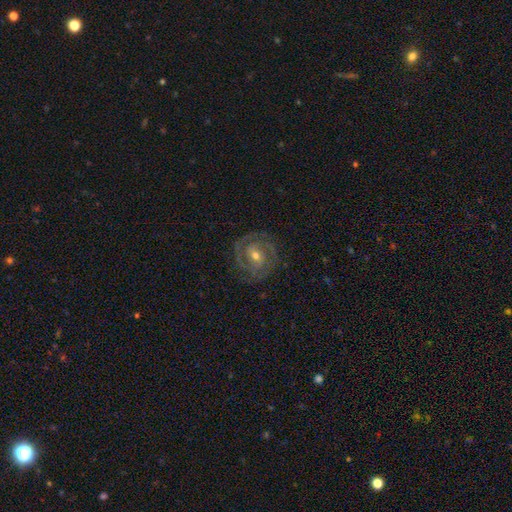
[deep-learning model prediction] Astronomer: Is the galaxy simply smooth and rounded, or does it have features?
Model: featured or disk — 86%.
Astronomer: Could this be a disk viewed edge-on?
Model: no — 97%.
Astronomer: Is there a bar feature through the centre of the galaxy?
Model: no — 46% (runner-up: weak, 39%).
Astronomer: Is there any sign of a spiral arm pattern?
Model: yes — 95%.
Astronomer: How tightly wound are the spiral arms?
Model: tight — 68%.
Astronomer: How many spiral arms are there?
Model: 2 — 58%.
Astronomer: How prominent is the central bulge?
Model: moderate — 56% (runner-up: small, 40%).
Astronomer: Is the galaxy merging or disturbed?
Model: none — 81%.